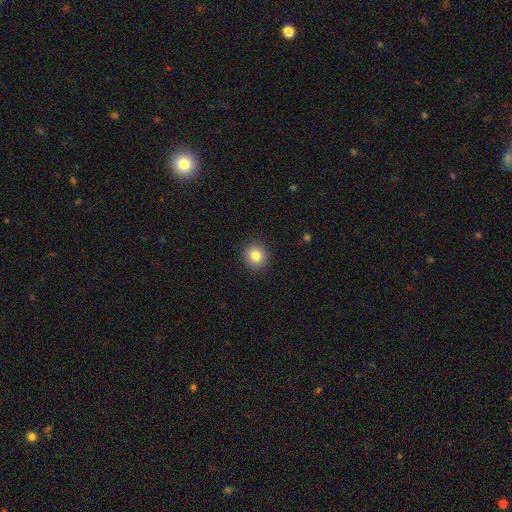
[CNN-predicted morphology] smooth_or_featured: smooth (p=0.83) [alt: star or artifact p=0.10]
how_rounded: round (p=0.90) [alt: in between p=0.09]
merging: none (p=0.91) [alt: minor disturbance p=0.06]